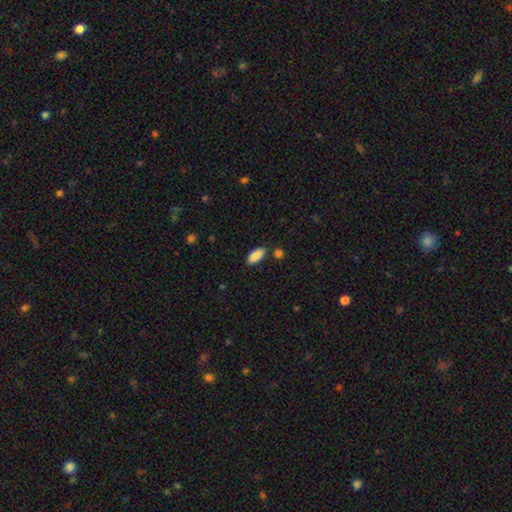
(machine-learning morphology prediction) Q: Smooth or featured?
A: smooth (89%); runner-up: star or artifact (6%)
Q: How rounded?
A: in between (84%); runner-up: cigar-shaped (14%)
Q: Merging?
A: none (82%); runner-up: minor disturbance (11%)